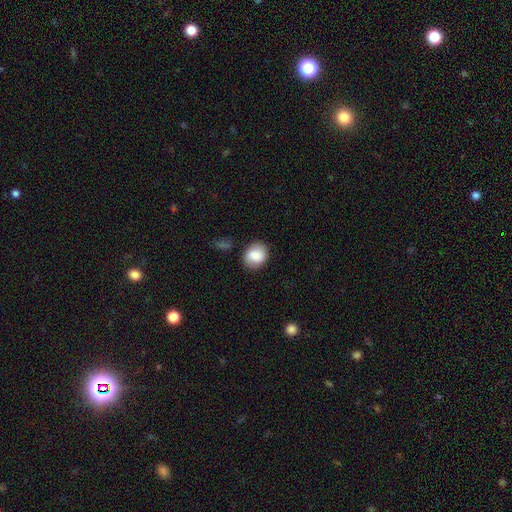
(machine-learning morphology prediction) smooth_or_featured: smooth (p=0.83) [alt: featured or disk p=0.09]
how_rounded: round (p=0.60) [alt: in between p=0.39]
merging: none (p=0.79) [alt: minor disturbance p=0.14]